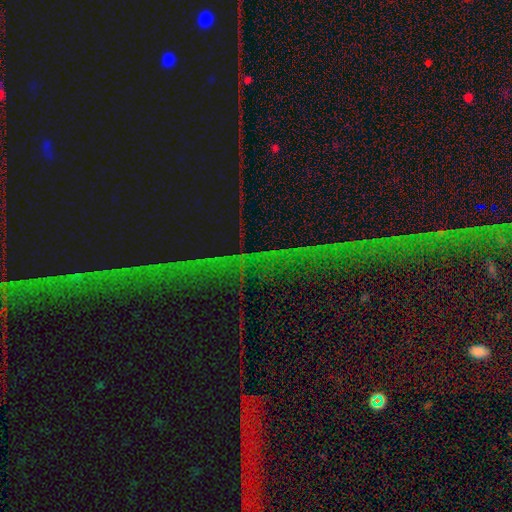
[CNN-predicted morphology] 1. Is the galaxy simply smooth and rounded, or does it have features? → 82% star or artifact, 10% featured or disk, 8% smooth.